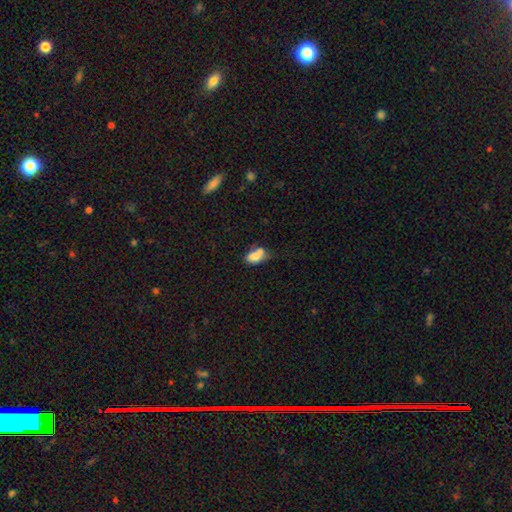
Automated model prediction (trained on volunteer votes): Overall: smooth (74%). How rounded: in between (85%). Merging: none (36%; merger 28%).